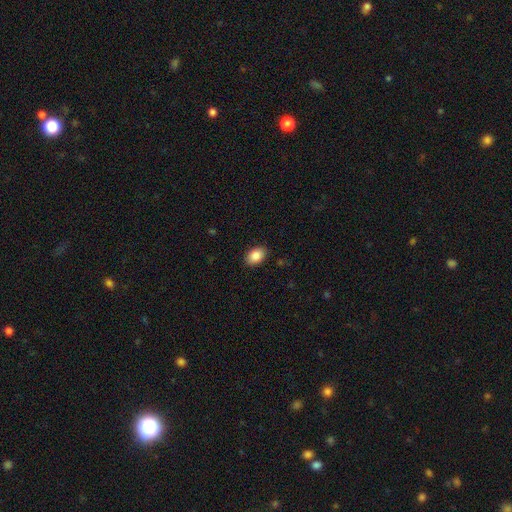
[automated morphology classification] type=smooth (87%); roundness=in between (85%); merging=none (89%).